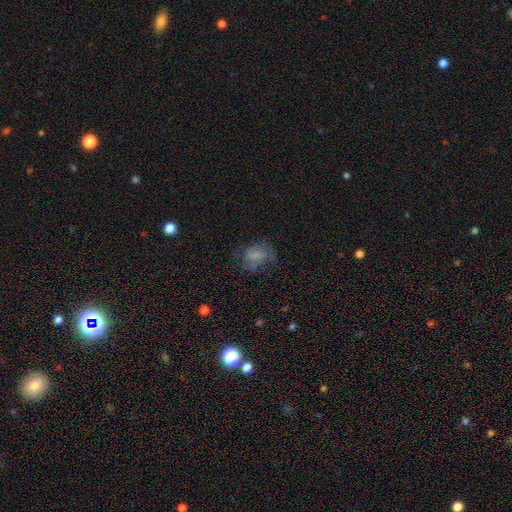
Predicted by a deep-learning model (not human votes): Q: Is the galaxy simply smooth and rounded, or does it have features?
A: smooth — 55%.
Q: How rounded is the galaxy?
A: in between — 74%.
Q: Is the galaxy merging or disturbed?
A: none — 46%.